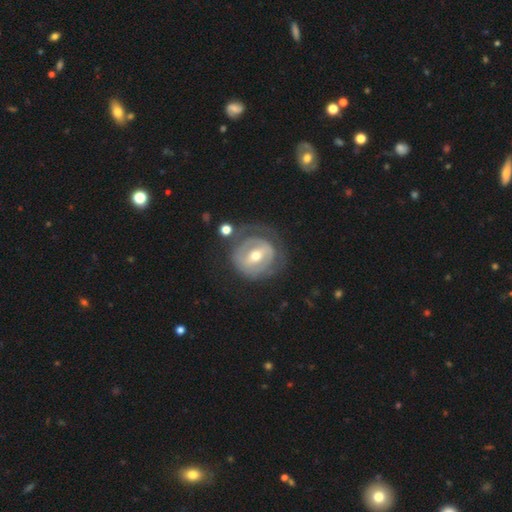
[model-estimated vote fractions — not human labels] Smooth or featured? Predicted: featured or disk (p=0.74). Edge-on disk? Predicted: no (p=0.96). Bar? Predicted: weak (p=0.41, tied with strong). Spiral arms? Predicted: yes (p=0.56). Bulge size? Predicted: moderate (p=0.68). Merging? Predicted: none (p=0.62).